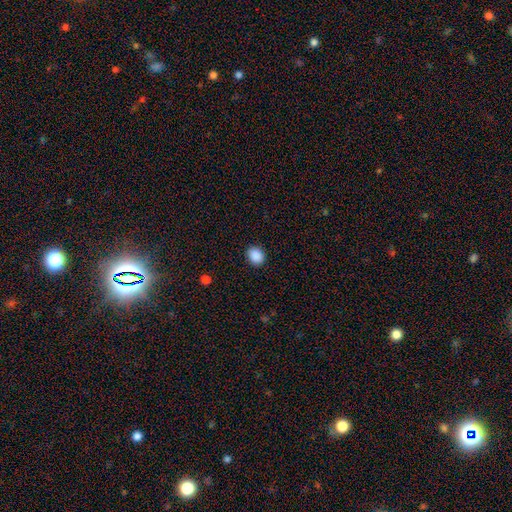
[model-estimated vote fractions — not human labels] Smooth or featured: smooth — 89% (star or artifact — 9%)
How rounded: round — 65% (in between — 34%)
Merging: none — 90% (minor disturbance — 7%)